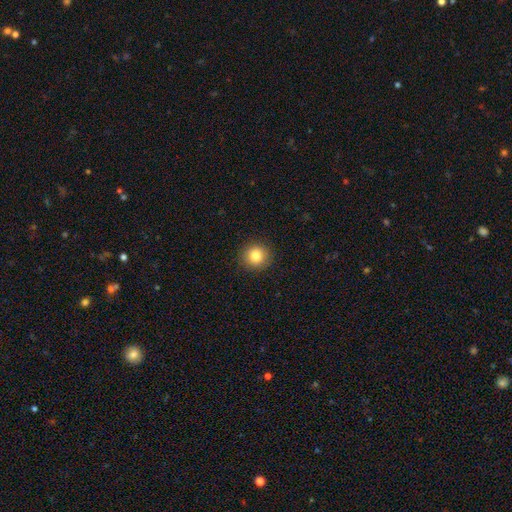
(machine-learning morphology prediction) smooth_or_featured: smooth (p=0.83) [alt: star or artifact p=0.10]
how_rounded: round (p=0.93) [alt: in between p=0.06]
merging: none (p=0.91) [alt: minor disturbance p=0.06]